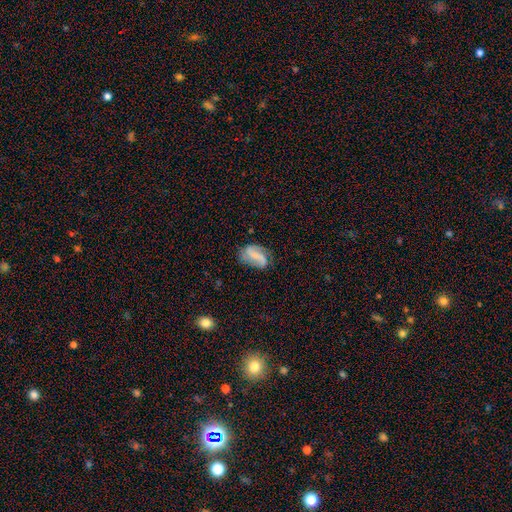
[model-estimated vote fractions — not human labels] This appears to be a featured or disk galaxy (70%) with a weak bar (40%), 2 (83%) loose (55%) spiral arms (91%) and no central bulge (45%). Merging: none (65%).